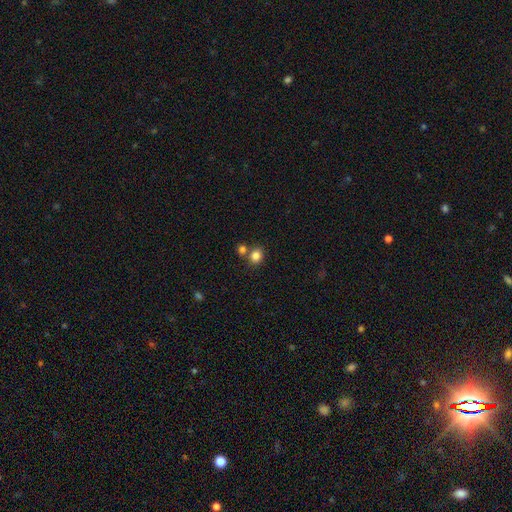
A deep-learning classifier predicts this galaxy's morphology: Q: Smooth or featured?
A: smooth (82%); runner-up: star or artifact (11%)
Q: How rounded?
A: round (77%); runner-up: in between (22%)
Q: Merging?
A: none (63%); runner-up: merger (26%)